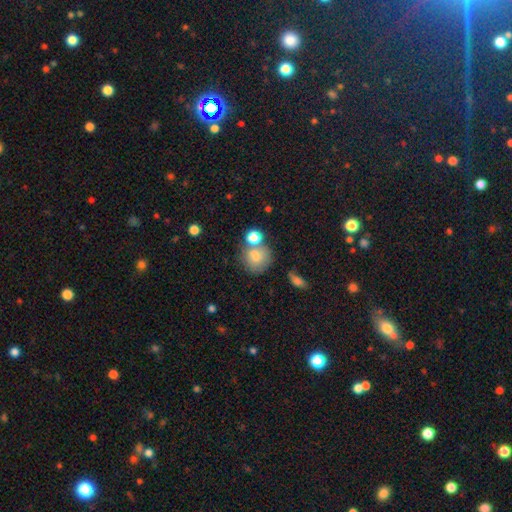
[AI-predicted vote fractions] The model was most divided on "merging": none: 50%, merger: 28%, minor disturbance: 15%, major disturbance: 7%. More confident: how rounded — round (81%); smooth or featured — smooth (76%).